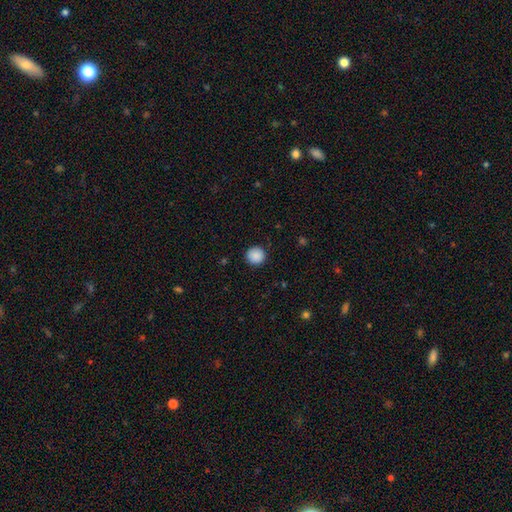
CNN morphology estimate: smooth-or-featured: smooth: 89% | star or artifact: 8% | featured or disk: 3%
  how-rounded: round: 95% | in between: 4% | cigar-shaped: 1%
  merging: none: 91% | minor disturbance: 6% | major disturbance: 2% | merger: 1%